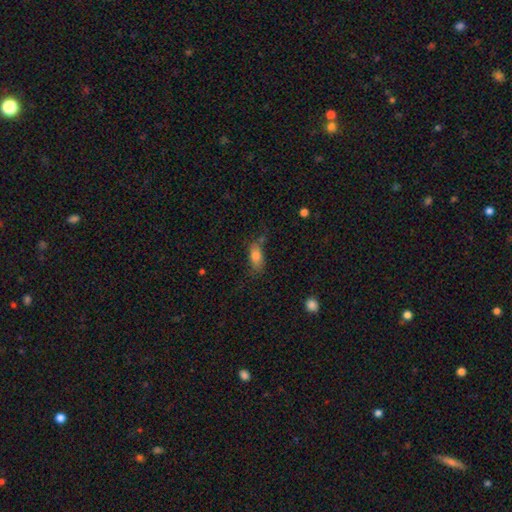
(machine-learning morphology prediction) This appears to be a smooth galaxy with no disk features (79%) that is in between round and cigar-shaped (84%). Merging: none (61%).